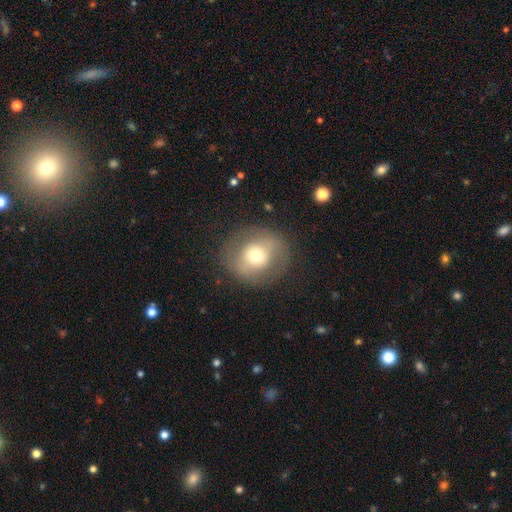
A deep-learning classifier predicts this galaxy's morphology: Smooth or featured?
  - smooth: 54% *
  - featured or disk: 37%
  - star or artifact: 9%
How rounded?
  - round: 84% *
  - in between: 15%
  - cigar-shaped: 1%
Merging?
  - none: 82% *
  - minor disturbance: 10%
  - major disturbance: 7%
  - merger: 1%